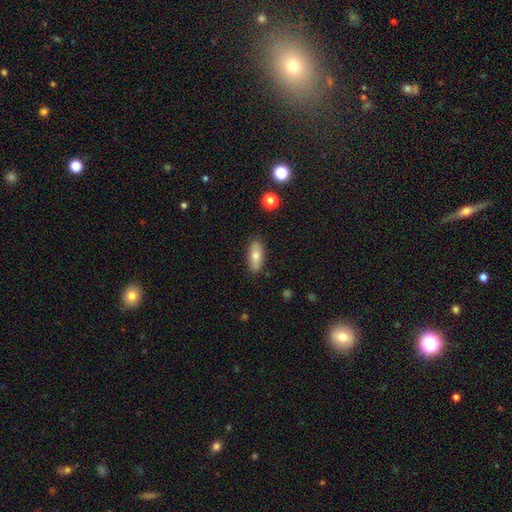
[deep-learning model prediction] smooth 73%, featured or disk 20%, star or artifact 7%. Down the decision tree: how rounded — in between (76%); merging — none (86%).